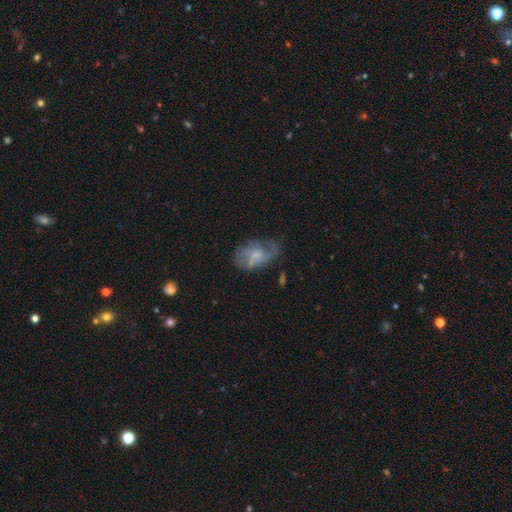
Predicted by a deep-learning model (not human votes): A featured or disk galaxy (51%).

Vote fractions:
- Smooth or featured? featured or disk: 51% / smooth: 40% / star or artifact: 9%
- Edge-on disk? no: 97% / yes: 3%
- Merging? none: 44% / minor disturbance: 28% / major disturbance: 23% / merger: 5%